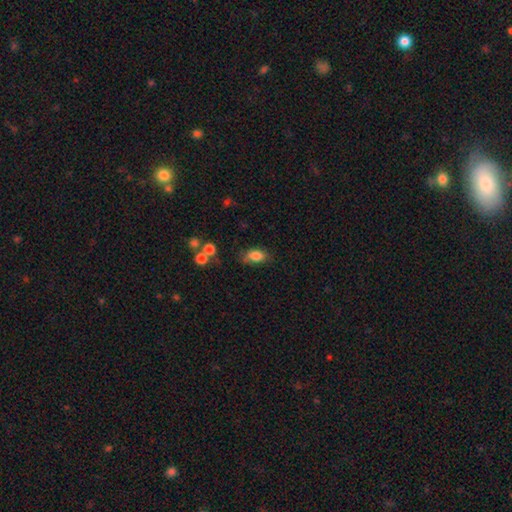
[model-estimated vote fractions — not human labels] Smooth or featured? Predicted: smooth (p=0.83). How rounded? Predicted: in between (p=0.88). Merging? Predicted: none (p=0.68).